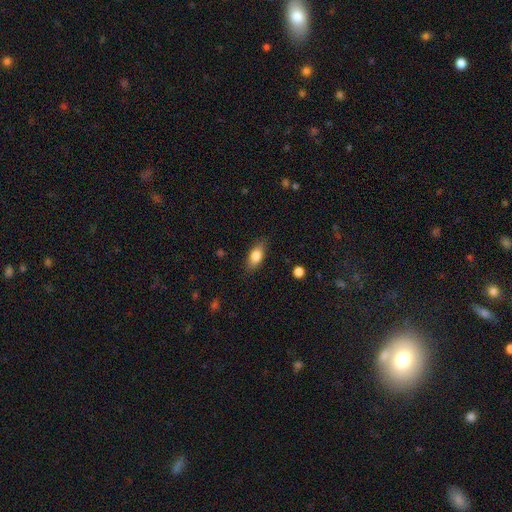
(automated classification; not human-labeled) A smooth galaxy with no disk features (79%) that is in between round and cigar-shaped (83%). Merging: none (84%).